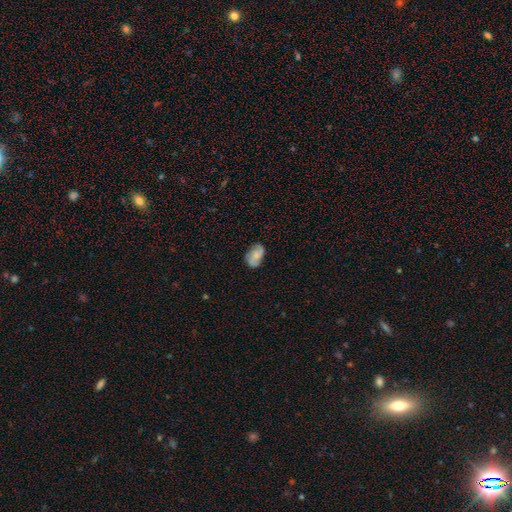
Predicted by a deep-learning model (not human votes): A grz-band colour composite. It shows a smooth galaxy with no disk features (51%) that is in between round and cigar-shaped (85%). Merging: none (74%).